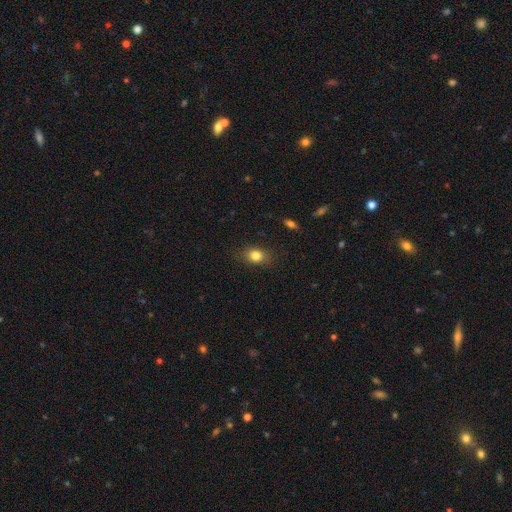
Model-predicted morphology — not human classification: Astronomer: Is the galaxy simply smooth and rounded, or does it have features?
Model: smooth — 82%.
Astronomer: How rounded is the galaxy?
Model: in between — 52% (runner-up: round, 47%).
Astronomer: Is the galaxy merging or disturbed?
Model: none — 82%.